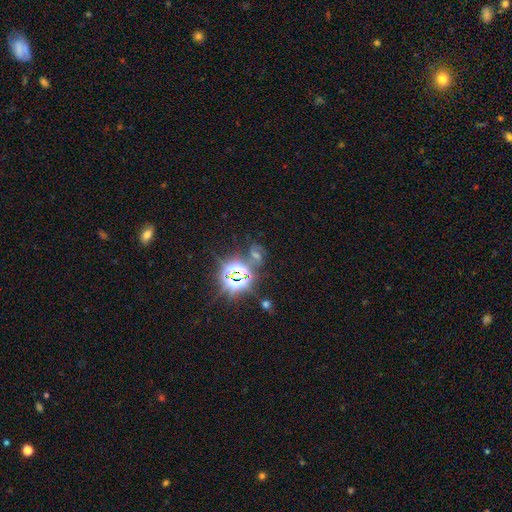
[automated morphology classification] Q: Smooth or featured?
A: star or artifact (71%); runner-up: smooth (16%)